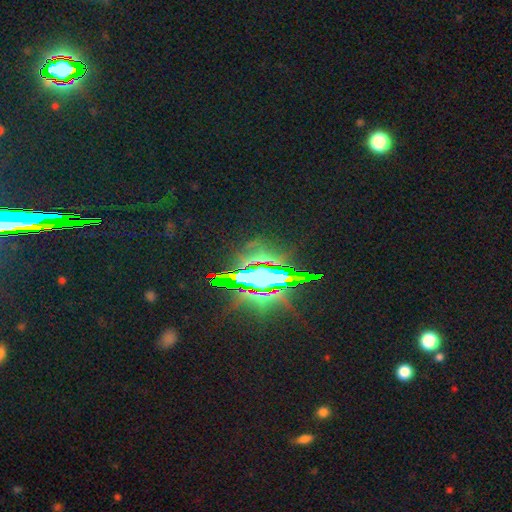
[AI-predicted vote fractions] Smooth or featured? star or artifact (82%)